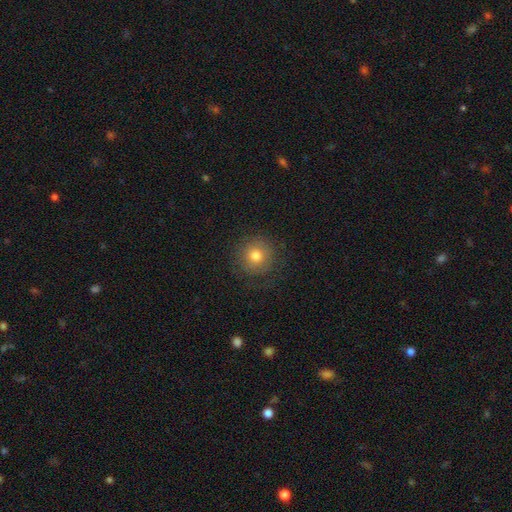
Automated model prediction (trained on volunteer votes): smooth_or_featured: smooth (p=0.73) [alt: featured or disk p=0.16]
how_rounded: round (p=0.94) [alt: in between p=0.05]
merging: none (p=0.81) [alt: minor disturbance p=0.11]